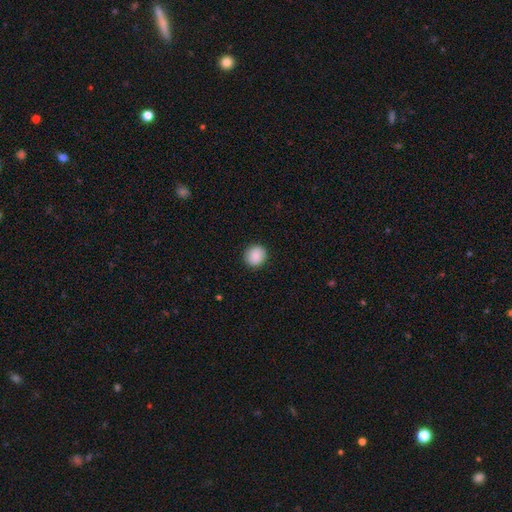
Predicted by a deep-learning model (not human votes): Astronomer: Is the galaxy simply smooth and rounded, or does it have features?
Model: smooth — 89%.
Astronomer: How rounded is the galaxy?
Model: round — 90%.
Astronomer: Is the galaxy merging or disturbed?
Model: none — 91%.